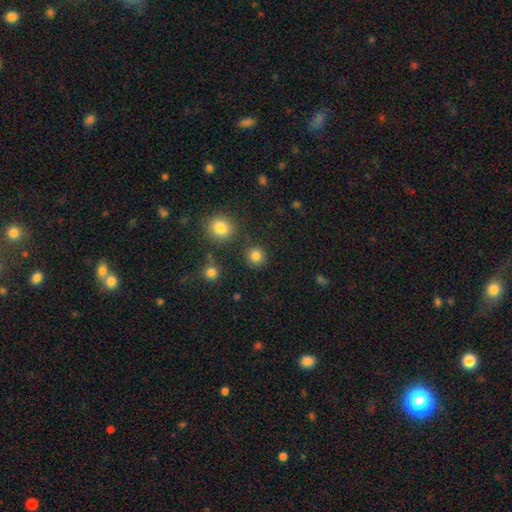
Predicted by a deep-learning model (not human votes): Morphology: type=smooth (83%); roundness=round (92%); merging=none (85%).